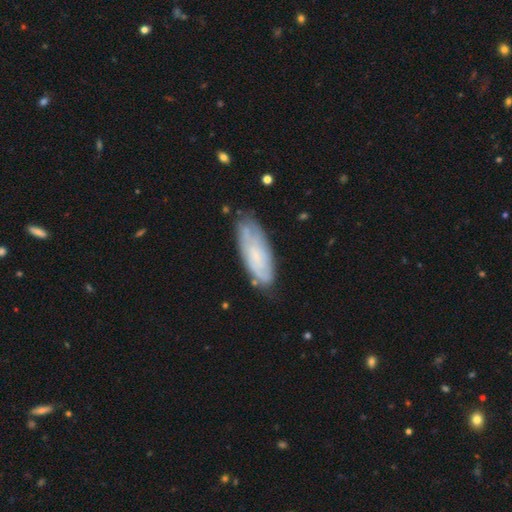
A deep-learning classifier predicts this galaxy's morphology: Smooth or featured: smooth — 49% (featured or disk — 43%)
Merging: none — 73% (minor disturbance — 21%)